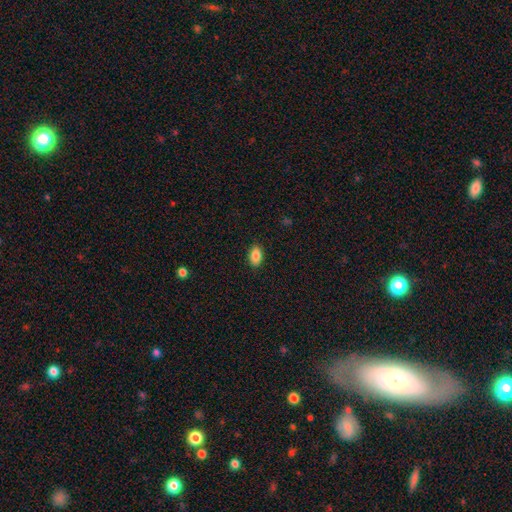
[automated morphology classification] Overall: smooth (87%). How rounded: in between (91%). Merging: none (90%).